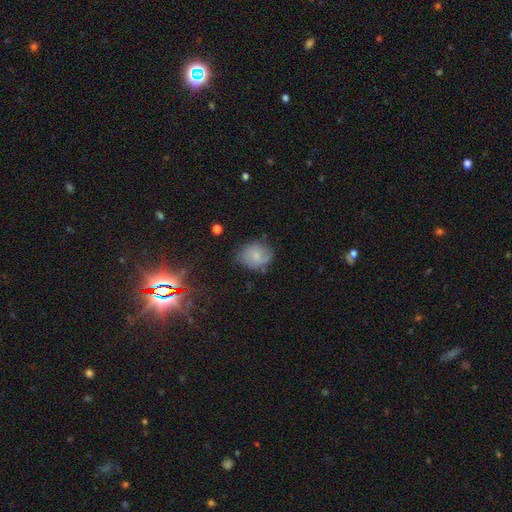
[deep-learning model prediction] This appears to be a smooth galaxy with no disk features (59%) that is round (52%). Merging: none (65%).